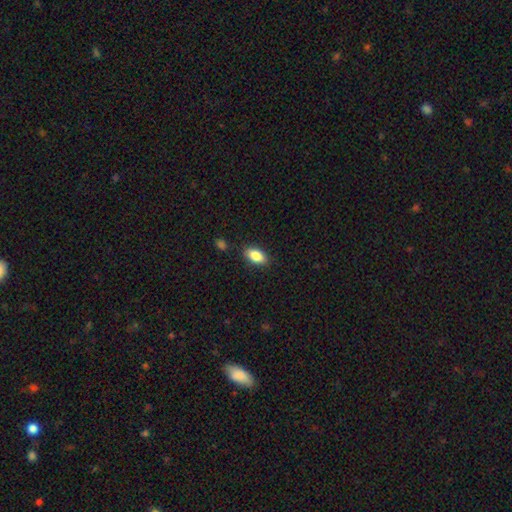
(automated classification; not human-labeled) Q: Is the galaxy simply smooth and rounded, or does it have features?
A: smooth — 84%.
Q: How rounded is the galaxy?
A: in between — 90%.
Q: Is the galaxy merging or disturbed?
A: none — 87%.